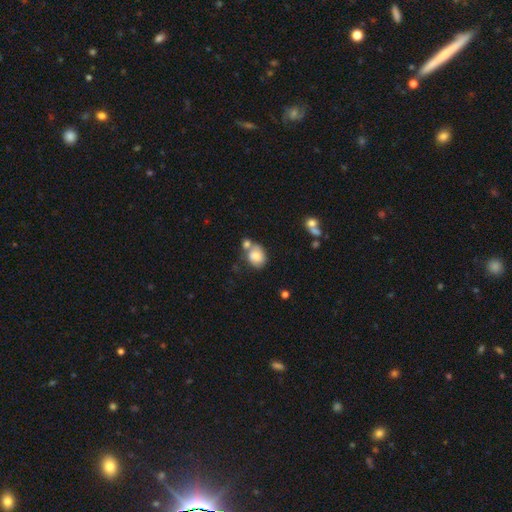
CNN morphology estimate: Overall: smooth (74%). How rounded: in between (50%; round 49%). Merging: none (38%; merger 37%).